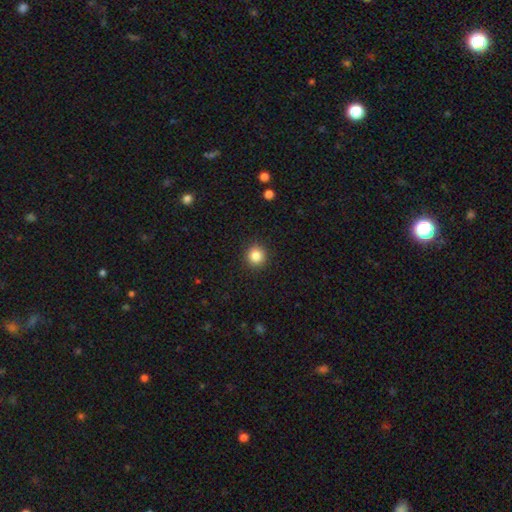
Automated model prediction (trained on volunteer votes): Smooth or featured?
  - smooth: 85% *
  - star or artifact: 10%
  - featured or disk: 5%
How rounded?
  - round: 93% *
  - in between: 6%
  - cigar-shaped: 1%
Merging?
  - none: 92% *
  - minor disturbance: 5%
  - major disturbance: 2%
  - merger: 1%